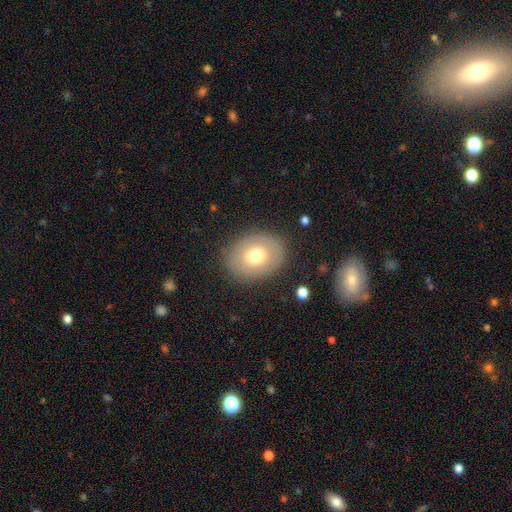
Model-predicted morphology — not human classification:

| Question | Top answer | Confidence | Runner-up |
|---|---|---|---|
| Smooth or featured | smooth | 65% | featured or disk (27%) |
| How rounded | in between | 60% | round (39%) |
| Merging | none | 83% | minor disturbance (11%) |